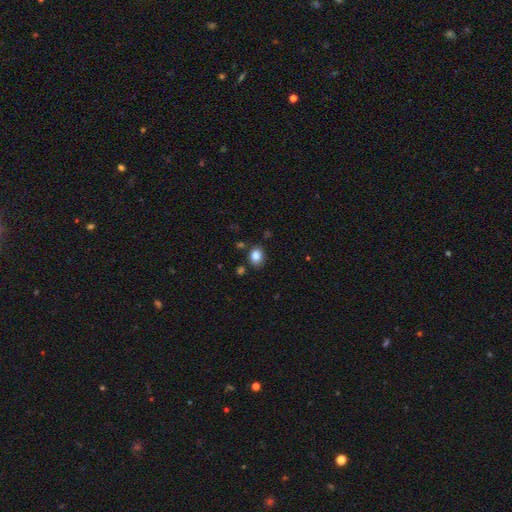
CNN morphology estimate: This is clearly a smooth galaxy (85%). How rounded: possibly in between (52%). Merging: clearly none (80%).